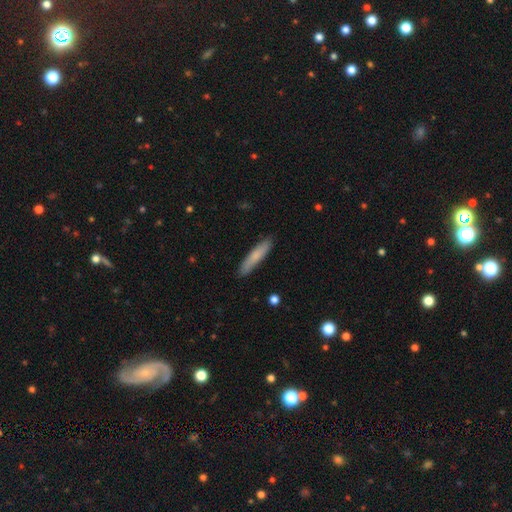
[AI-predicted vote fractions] Smooth or featured? Predicted: smooth (p=0.76). How rounded? Predicted: cigar-shaped (p=0.89). Merging? Predicted: none (p=0.87).